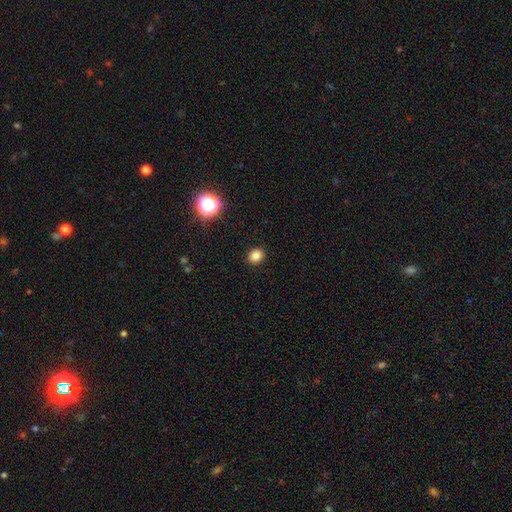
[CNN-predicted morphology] Smooth or featured?
  - smooth: 82% *
  - star or artifact: 13%
  - featured or disk: 4%
How rounded?
  - round: 64% *
  - in between: 35%
  - cigar-shaped: 1%
Merging?
  - none: 91% *
  - minor disturbance: 6%
  - major disturbance: 2%
  - merger: 1%